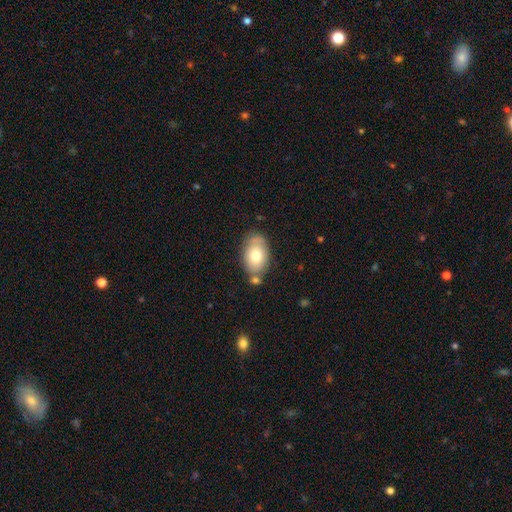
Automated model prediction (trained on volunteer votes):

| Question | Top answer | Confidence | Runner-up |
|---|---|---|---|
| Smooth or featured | smooth | 73% | featured or disk (20%) |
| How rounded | in between | 88% | round (10%) |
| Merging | none | 63% | minor disturbance (20%) |